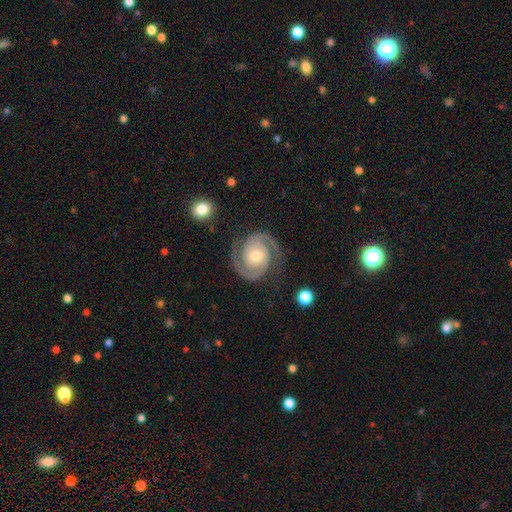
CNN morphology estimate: This is clearly a featured or disk galaxy (93%). It is clearly not viewed edge-on (98%). Bar: likely no (65%). Spiral arm pattern: clearly yes (99%). Spiral arm count: clearly 2 (94%). Spiral winding: possibly tight (54%). Central bulge: likely moderate (62%). Merging: clearly none (84%).